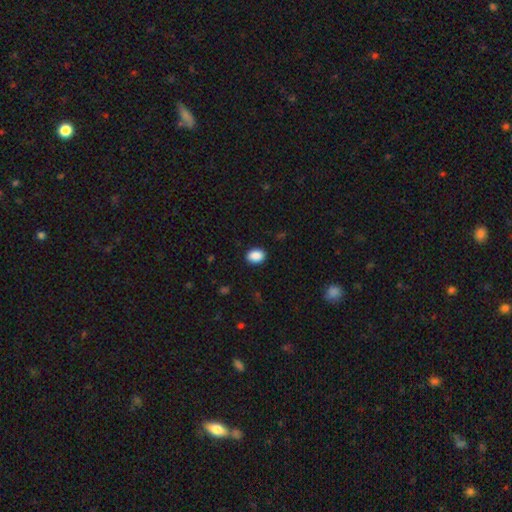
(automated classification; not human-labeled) Smooth or featured? smooth (89%)
How rounded? in between (75%)
Merging? none (89%)